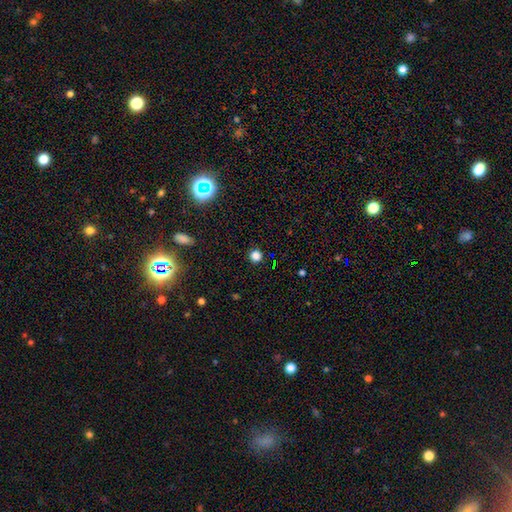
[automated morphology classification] This appears to be a smooth galaxy with no disk features (76%) that is round (94%). Merging: none (91%).